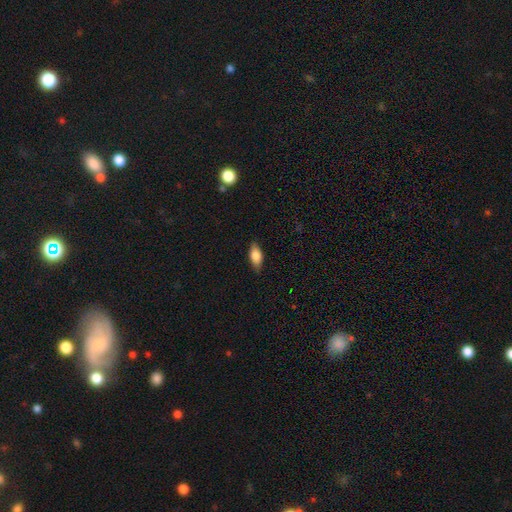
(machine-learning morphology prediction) Smooth or featured: smooth — 81% (featured or disk — 12%)
How rounded: in between — 85% (cigar-shaped — 11%)
Merging: none — 82% (minor disturbance — 14%)